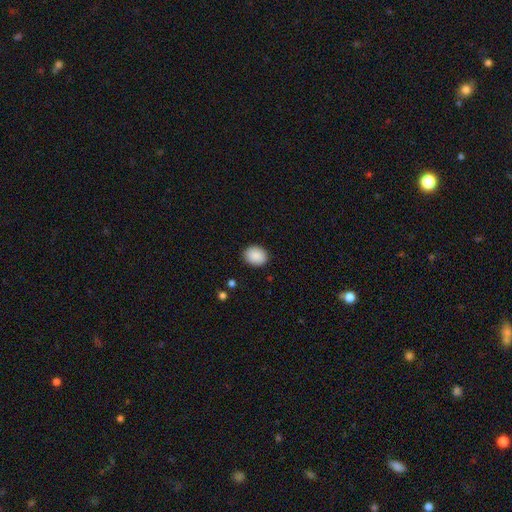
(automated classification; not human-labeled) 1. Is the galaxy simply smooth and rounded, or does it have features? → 89% smooth, 7% star or artifact, 3% featured or disk.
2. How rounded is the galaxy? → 51% in between, 48% round, 1% cigar-shaped.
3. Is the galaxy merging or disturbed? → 89% none, 8% minor disturbance, 2% major disturbance, 1% merger.